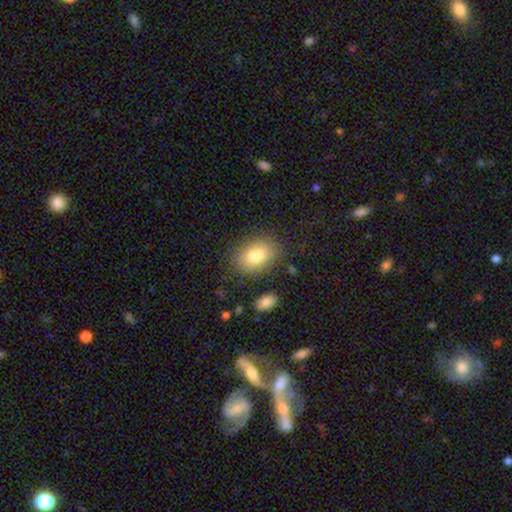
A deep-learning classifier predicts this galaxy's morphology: A smooth galaxy with no disk features (82%) that is in between round and cigar-shaped (82%). Merging: none (83%).